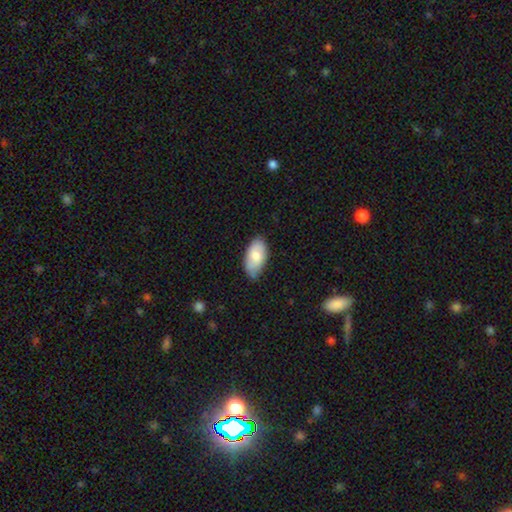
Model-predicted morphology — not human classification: Overall: smooth (76%). How rounded: in between (95%). Merging: none (68%).